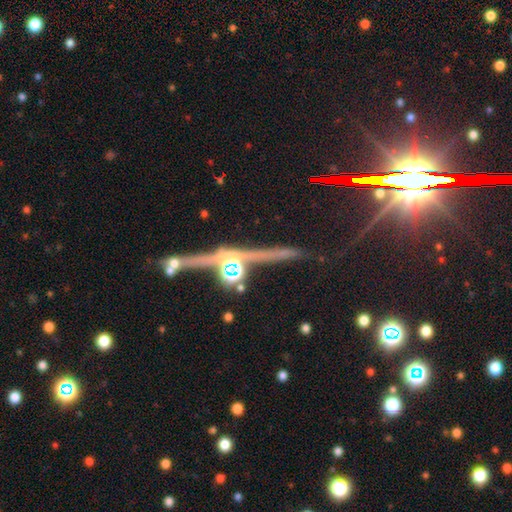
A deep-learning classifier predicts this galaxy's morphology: This appears to be a featured or disk galaxy (75%) viewed edge-on (88%) with a rounded central bulge (88%). Merging: none (55%).